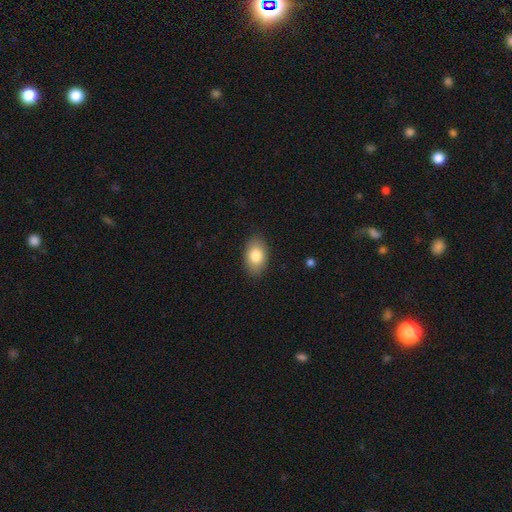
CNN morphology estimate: Smooth or featured: smooth — 83% (featured or disk — 10%)
How rounded: in between — 89% (round — 10%)
Merging: none — 87% (minor disturbance — 10%)